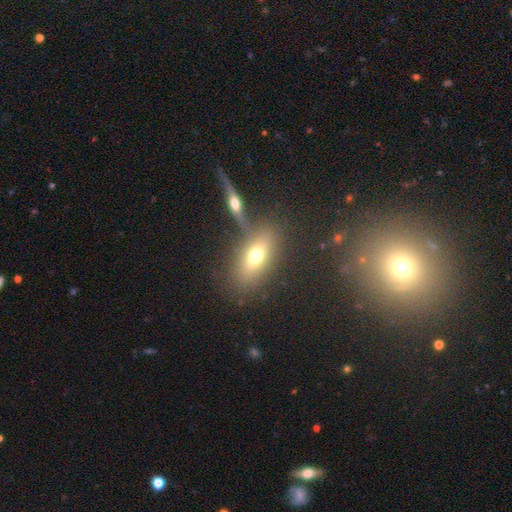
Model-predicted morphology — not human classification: A smooth galaxy with no disk features (63%) that is in between round and cigar-shaped (80%).

Vote fractions:
- Smooth or featured? smooth: 63% / featured or disk: 26% / star or artifact: 11%
- How rounded? in between: 80% / cigar-shaped: 10% / round: 10%
- Merging? none: 62% / merger: 19% / minor disturbance: 12% / major disturbance: 7%